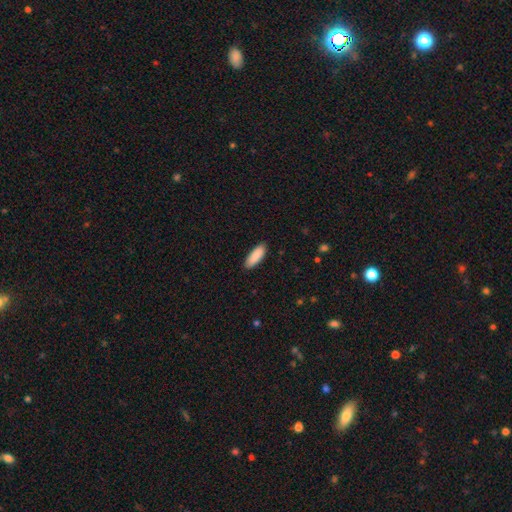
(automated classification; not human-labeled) A smooth galaxy with no disk features (89%) that is in between round and cigar-shaped (68%). Merging: none (89%).